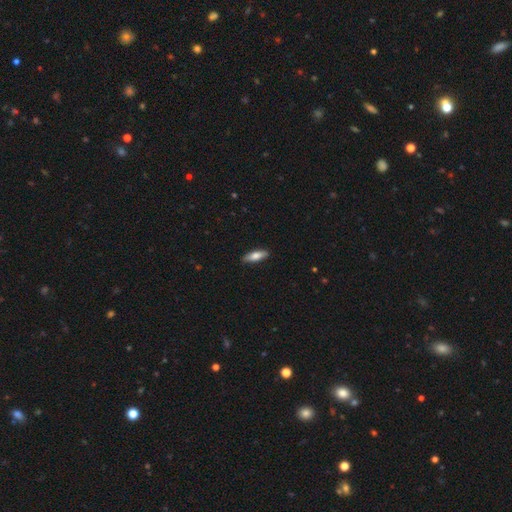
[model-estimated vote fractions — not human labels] Smooth or featured? smooth (72%)
How rounded? in between (50%)
Merging? none (88%)